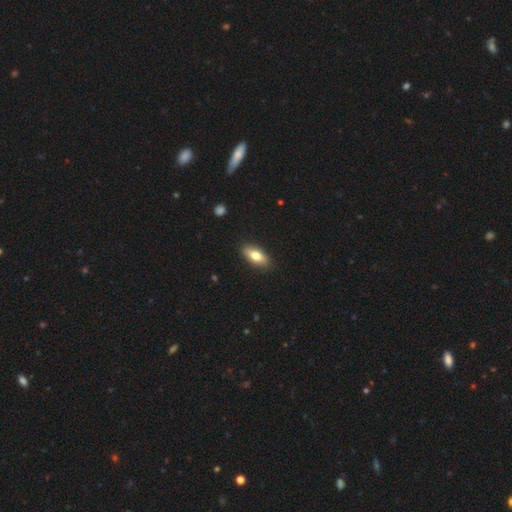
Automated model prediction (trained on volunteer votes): smooth_or_featured: smooth (p=0.72) [alt: featured or disk p=0.21]
how_rounded: in between (p=0.81) [alt: cigar-shaped p=0.15]
merging: none (p=0.88) [alt: minor disturbance p=0.09]